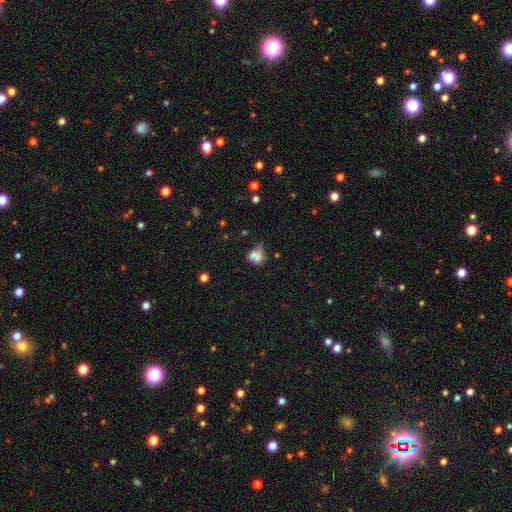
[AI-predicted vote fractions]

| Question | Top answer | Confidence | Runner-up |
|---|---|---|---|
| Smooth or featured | smooth | 65% | featured or disk (21%) |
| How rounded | in between | 51% | round (47%) |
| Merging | merger | 44% | none (27%) |